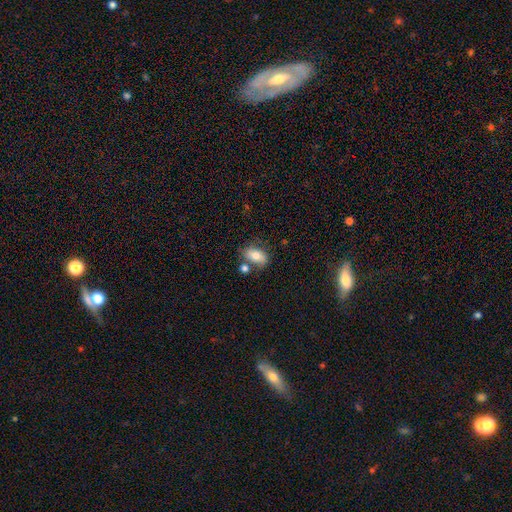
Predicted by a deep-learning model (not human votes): A smooth galaxy with no disk features (72%) that is in between round and cigar-shaped (85%). Merging: none (61%).